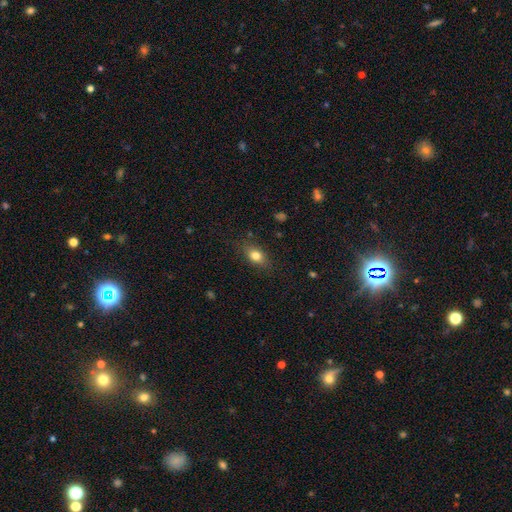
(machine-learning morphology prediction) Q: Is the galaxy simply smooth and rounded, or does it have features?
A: smooth — 79%.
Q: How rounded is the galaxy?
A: in between — 75%.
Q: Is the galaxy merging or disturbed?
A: none — 81%.